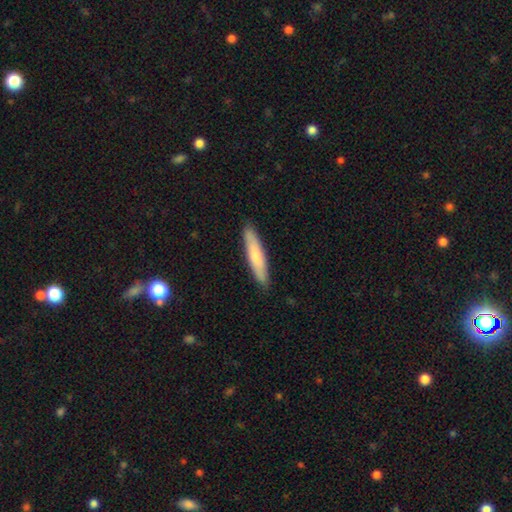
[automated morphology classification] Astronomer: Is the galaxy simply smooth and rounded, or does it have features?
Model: smooth — 73%.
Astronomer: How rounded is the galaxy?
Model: cigar-shaped — 88%.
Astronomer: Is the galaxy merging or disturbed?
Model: none — 89%.